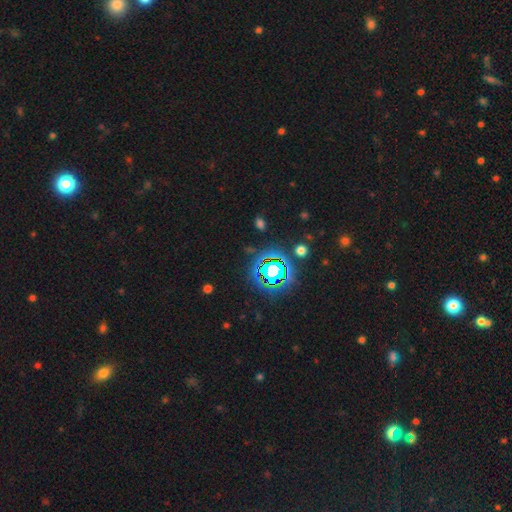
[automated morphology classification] Smooth or featured? star or artifact (81%)